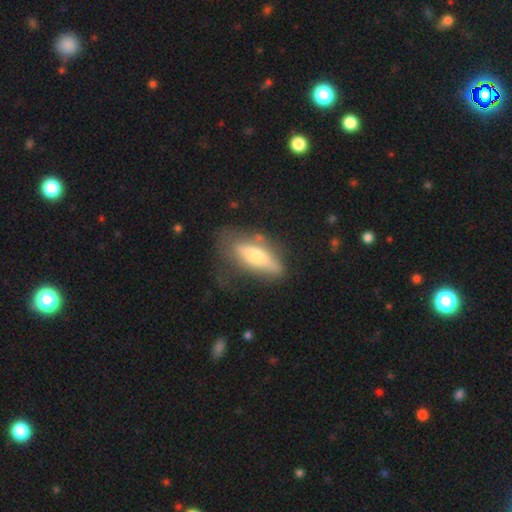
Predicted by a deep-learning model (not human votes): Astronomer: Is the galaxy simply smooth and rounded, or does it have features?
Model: smooth — 53% (runner-up: featured or disk, 41%).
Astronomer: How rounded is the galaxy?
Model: cigar-shaped — 49%, tied with in between at 49%.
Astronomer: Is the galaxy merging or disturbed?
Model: none — 54%.